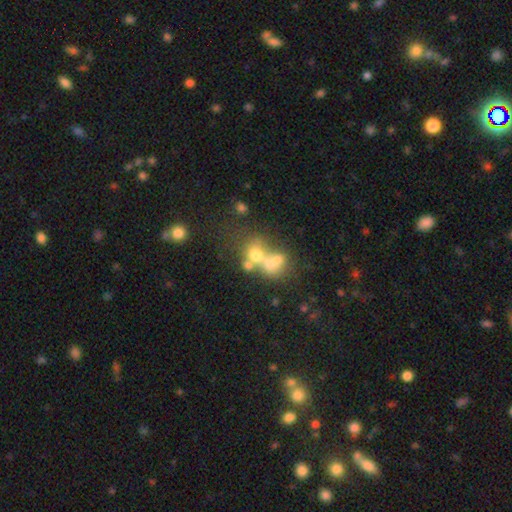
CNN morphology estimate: smooth-or-featured: smooth: 51% | featured or disk: 31% | star or artifact: 18%
  how-rounded: round: 64% | in between: 35% | cigar-shaped: 1%
  merging: merger: 58% | none: 25% | major disturbance: 9% | minor disturbance: 8%